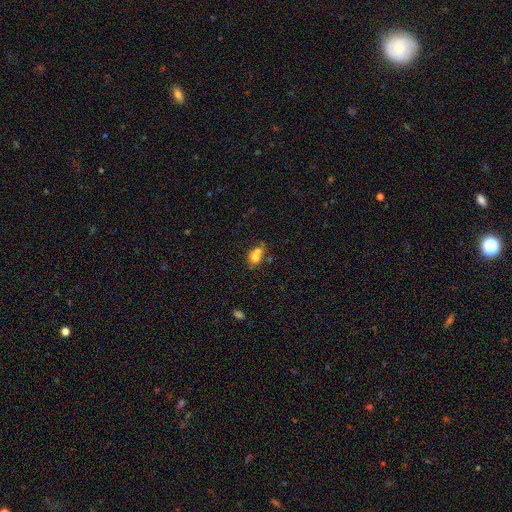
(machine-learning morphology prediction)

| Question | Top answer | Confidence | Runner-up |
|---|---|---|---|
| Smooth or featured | smooth | 70% | featured or disk (18%) |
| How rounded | round | 52% | in between (46%) |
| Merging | merger | 55% | none (28%) |